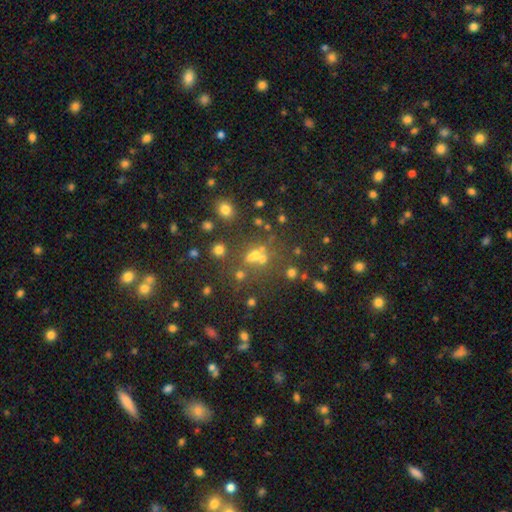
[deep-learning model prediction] Smooth or featured: smooth — 44% (star or artifact — 38%)
Merging: none — 53% (merger — 29%)